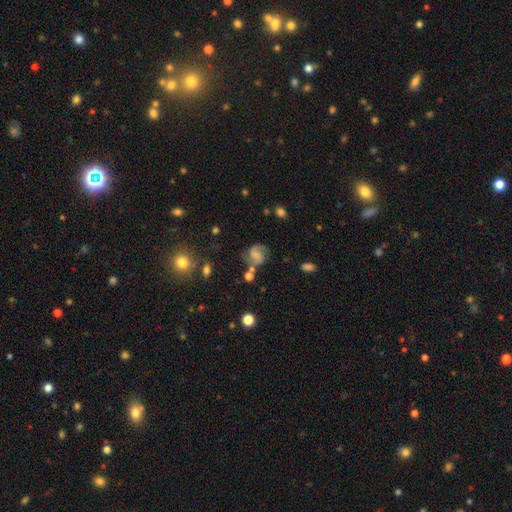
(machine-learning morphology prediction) A featured or disk galaxy (62%) with a weak bar (45%), 2 (84%) medium (49%) spiral arms (90%) and no central bulge (44%). Merging: none (58%).